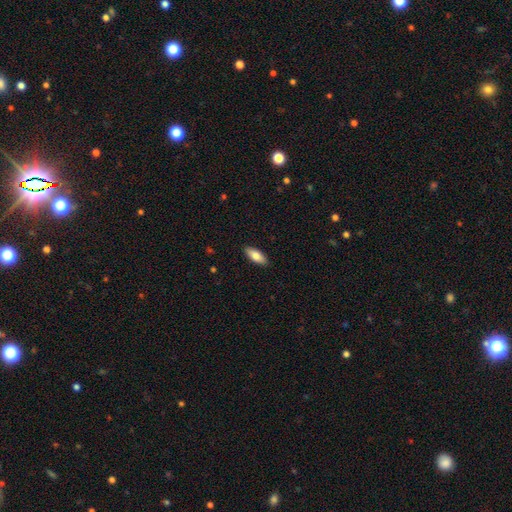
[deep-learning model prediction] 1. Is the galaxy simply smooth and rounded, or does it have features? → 79% smooth, 15% featured or disk, 6% star or artifact.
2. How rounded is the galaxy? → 80% in between, 18% cigar-shaped, 2% round.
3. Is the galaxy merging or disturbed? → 90% none, 8% minor disturbance, 2% major disturbance, 1% merger.